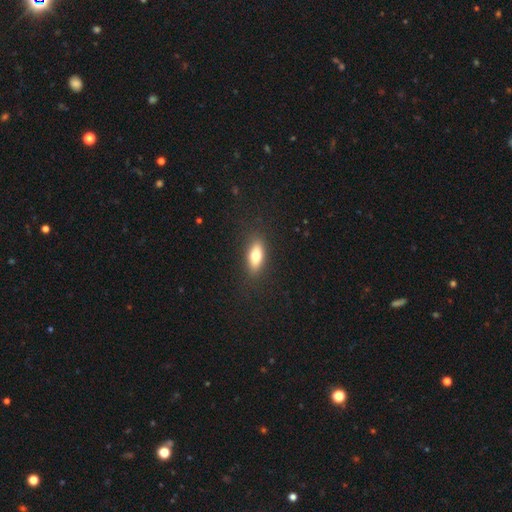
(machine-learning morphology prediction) A smooth galaxy with no disk features (74%) that is in between round and cigar-shaped (73%). Merging: none (87%).